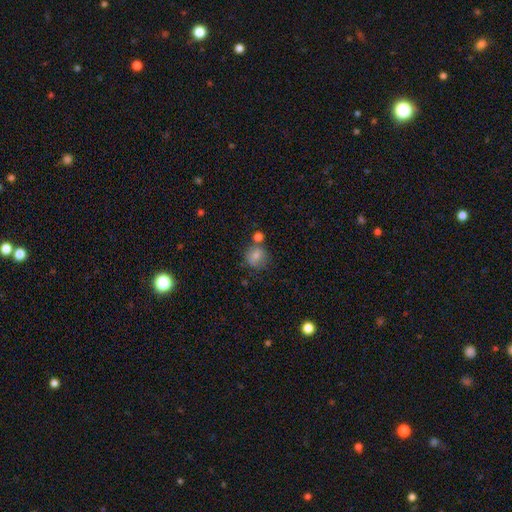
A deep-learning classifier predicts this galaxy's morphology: Smooth or featured? smooth (77%)
How rounded? round (85%)
Merging? none (62%)